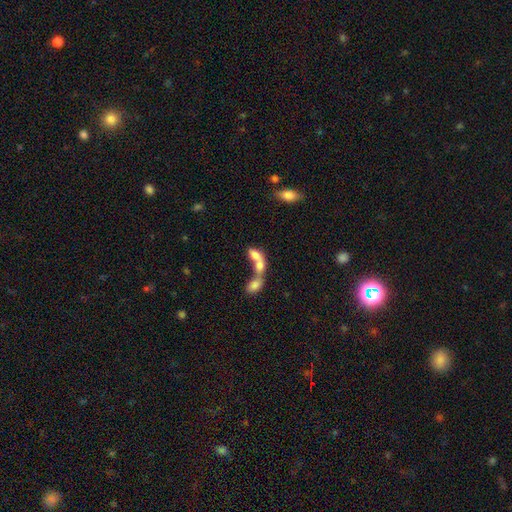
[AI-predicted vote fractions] Smooth or featured? smooth (67%)
How rounded? in between (80%)
Merging? merger (77%)